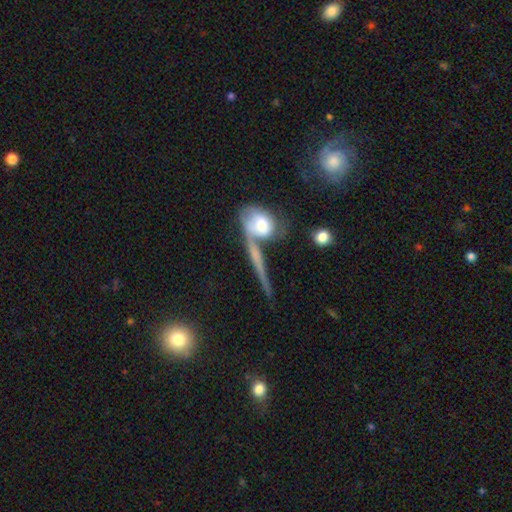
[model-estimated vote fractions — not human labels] smooth_or_featured: featured or disk (p=0.51) [alt: smooth p=0.37]
disk_edge_on: yes (p=0.62) [alt: no p=0.38]
merging: none (p=0.40) [alt: merger p=0.36]